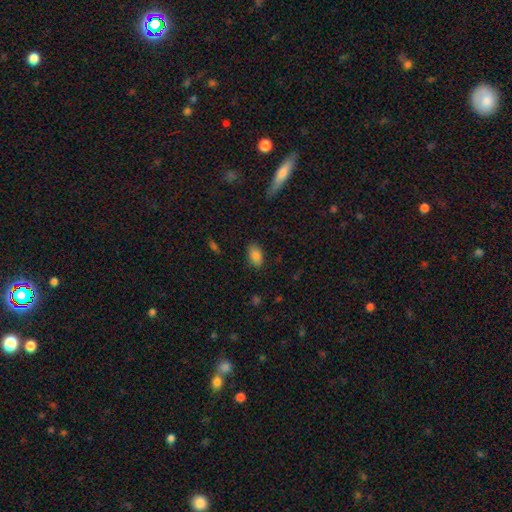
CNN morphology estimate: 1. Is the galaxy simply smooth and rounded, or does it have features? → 84% smooth, 9% star or artifact, 7% featured or disk.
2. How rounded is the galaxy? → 91% in between, 7% round, 2% cigar-shaped.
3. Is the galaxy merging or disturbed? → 85% none, 12% minor disturbance, 3% major disturbance, 1% merger.